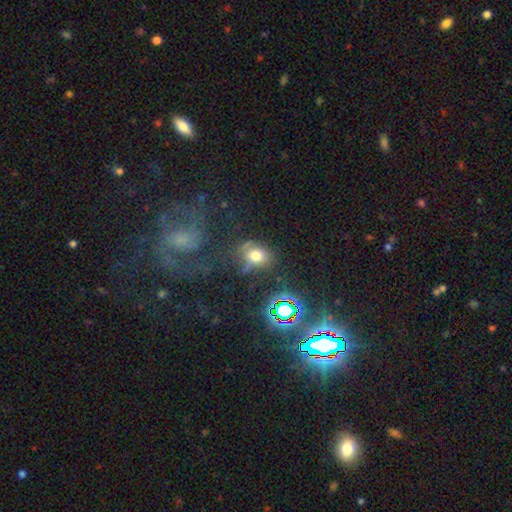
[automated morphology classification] smooth 57%, star or artifact 24%, featured or disk 18%. Down the decision tree: how rounded — round (50%); merging — none (54%).